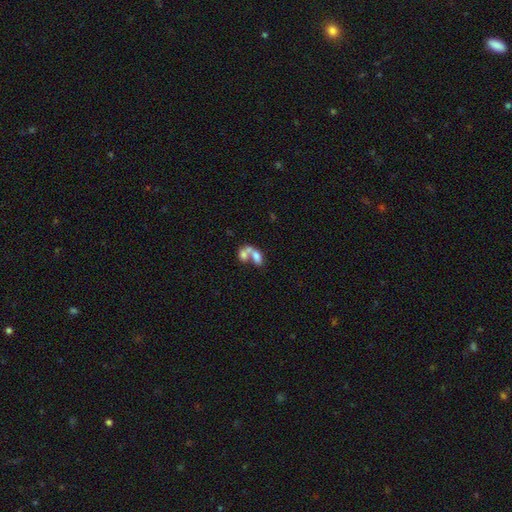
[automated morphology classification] The model was most divided on "smooth or featured": smooth: 65%, featured or disk: 26%, star or artifact: 10%. More confident: how rounded — in between (83%); merging — merger (70%).